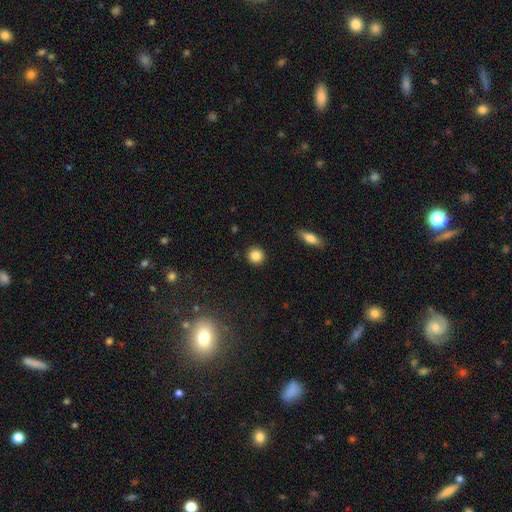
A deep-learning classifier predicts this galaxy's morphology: This is clearly a smooth galaxy (84%). How rounded: clearly round (93%). Merging: clearly none (92%).